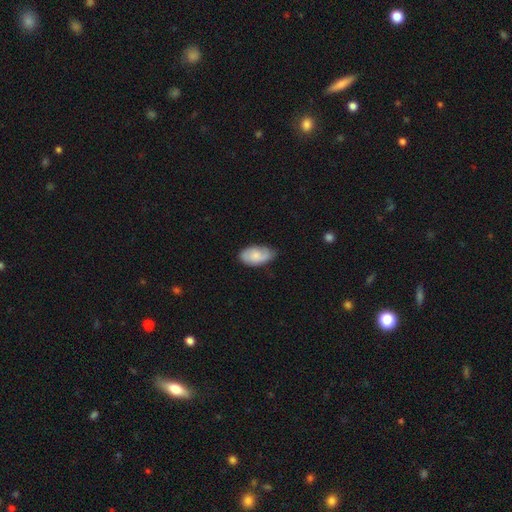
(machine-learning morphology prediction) Overall: smooth (66%; featured or disk 28%). How rounded: in between (94%). Merging: none (69%).